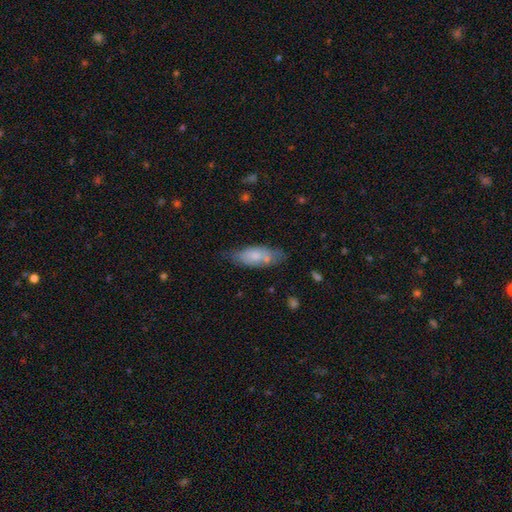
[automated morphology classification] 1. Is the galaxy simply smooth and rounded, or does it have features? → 69% smooth, 24% featured or disk, 7% star or artifact.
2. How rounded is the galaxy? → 75% in between, 23% cigar-shaped, 2% round.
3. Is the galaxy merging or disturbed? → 58% none, 29% minor disturbance, 7% major disturbance, 6% merger.